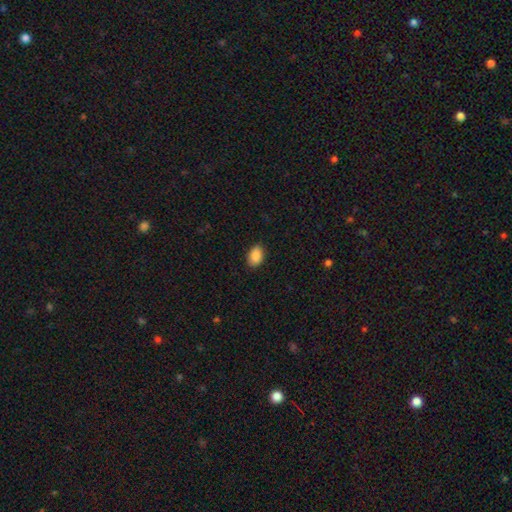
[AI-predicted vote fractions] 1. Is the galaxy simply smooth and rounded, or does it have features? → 89% smooth, 7% star or artifact, 3% featured or disk.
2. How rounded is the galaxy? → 85% in between, 13% round, 1% cigar-shaped.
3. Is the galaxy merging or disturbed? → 86% none, 11% minor disturbance, 2% major disturbance, 1% merger.